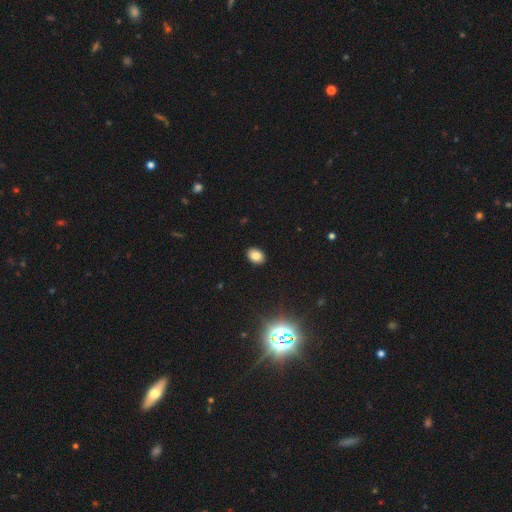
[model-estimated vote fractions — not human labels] A smooth galaxy with no disk features (82%) that is in between round and cigar-shaped (72%).

Vote fractions:
- Smooth or featured? smooth: 82% / star or artifact: 11% / featured or disk: 6%
- How rounded? in between: 72% / round: 27% / cigar-shaped: 1%
- Merging? none: 90% / minor disturbance: 7% / major disturbance: 2% / merger: 1%